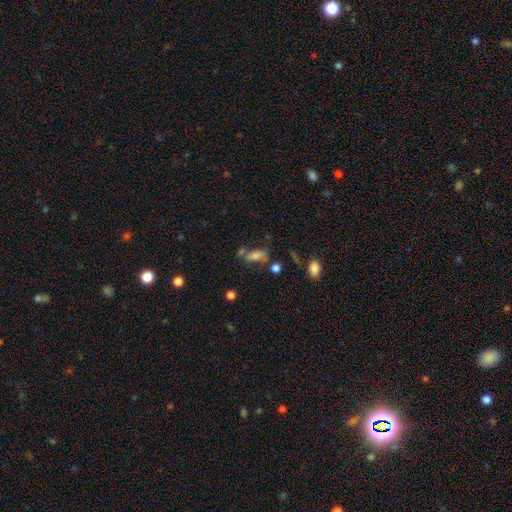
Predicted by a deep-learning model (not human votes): This is likely a smooth galaxy (66%). How rounded: likely in between (69%). Merging: possibly none (48%).